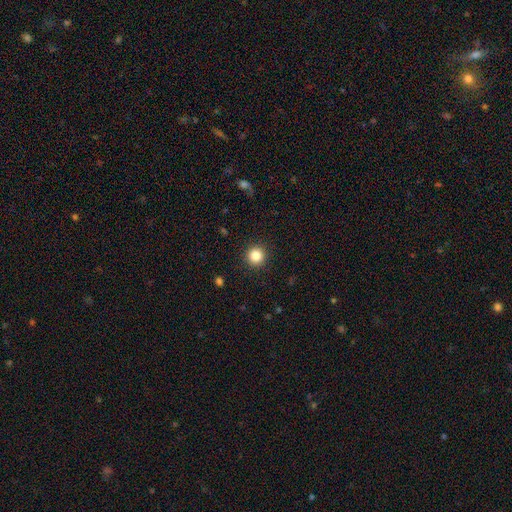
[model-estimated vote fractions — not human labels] Q: Smooth or featured?
A: smooth (85%); runner-up: star or artifact (11%)
Q: How rounded?
A: round (95%); runner-up: in between (4%)
Q: Merging?
A: none (92%); runner-up: minor disturbance (5%)